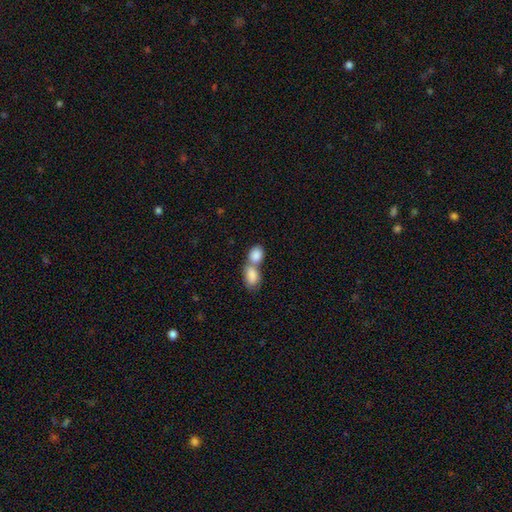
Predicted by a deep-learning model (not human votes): Smooth or featured?
  - smooth: 85% *
  - featured or disk: 9%
  - star or artifact: 6%
How rounded?
  - in between: 78% *
  - round: 20%
  - cigar-shaped: 2%
Merging?
  - merger: 71% *
  - none: 21%
  - minor disturbance: 6%
  - major disturbance: 3%